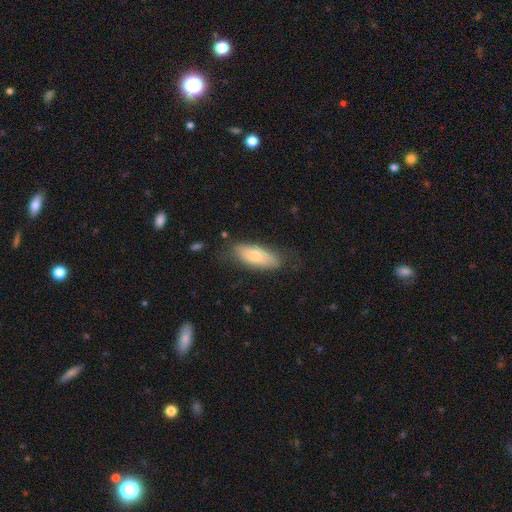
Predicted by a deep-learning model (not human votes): Q: Smooth or featured?
A: smooth (74%); runner-up: featured or disk (20%)
Q: How rounded?
A: in between (73%); runner-up: cigar-shaped (25%)
Q: Merging?
A: none (68%); runner-up: minor disturbance (23%)